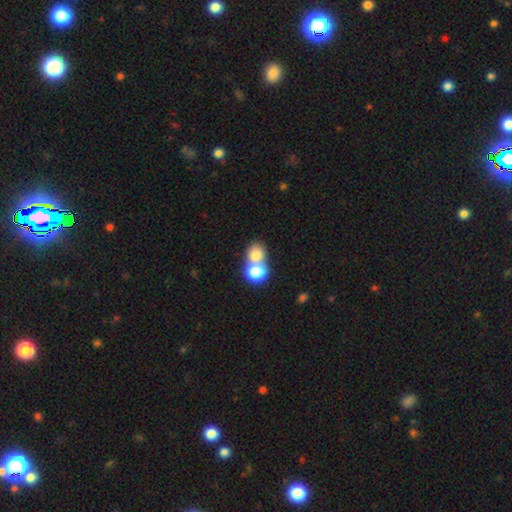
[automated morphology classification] This appears to be a smooth galaxy with no disk features (75%) that is round (67%). Merging: merger (65%).